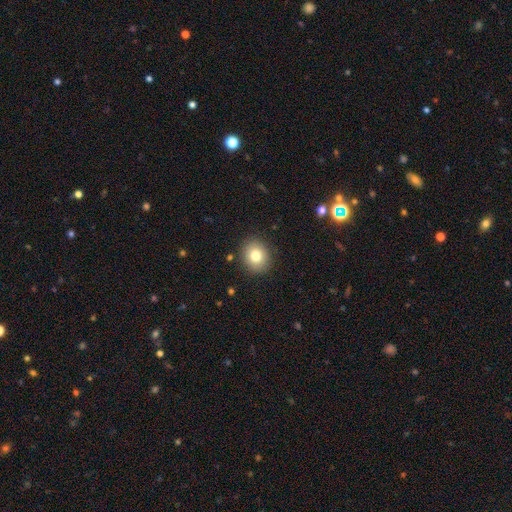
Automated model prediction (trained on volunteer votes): Smooth or featured?
  - smooth: 79% *
  - star or artifact: 11%
  - featured or disk: 10%
How rounded?
  - round: 71% *
  - in between: 28%
  - cigar-shaped: 1%
Merging?
  - none: 89% *
  - minor disturbance: 8%
  - major disturbance: 2%
  - merger: 1%